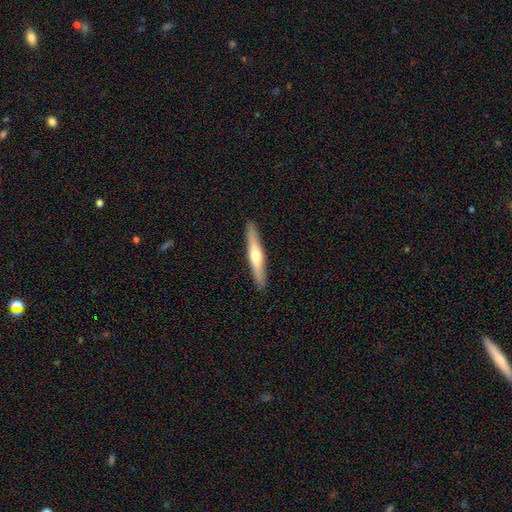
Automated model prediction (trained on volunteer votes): This is possibly a featured or disk galaxy (54%). It is clearly viewed edge-on (94%). Edge-on bulge: clearly rounded (87%). Merging: clearly none (91%).